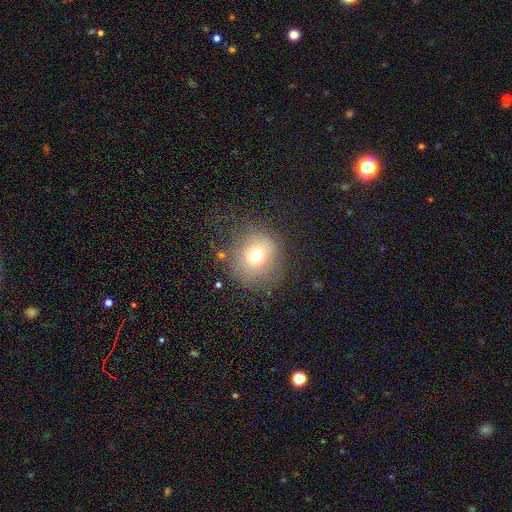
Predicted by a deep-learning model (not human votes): Overall: smooth (68%). How rounded: round (84%). Merging: none (68%).